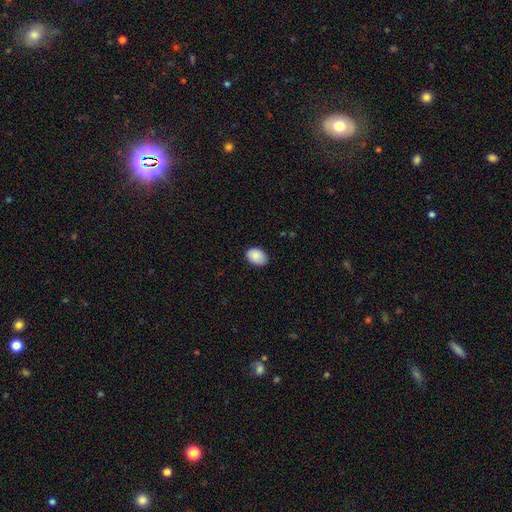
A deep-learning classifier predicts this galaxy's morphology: A smooth galaxy with no disk features (88%) that is in between round and cigar-shaped (77%).

Vote fractions:
- Smooth or featured? smooth: 88% / star or artifact: 7% / featured or disk: 5%
- How rounded? in between: 77% / round: 22% / cigar-shaped: 1%
- Merging? none: 84% / minor disturbance: 13% / major disturbance: 2% / merger: 1%